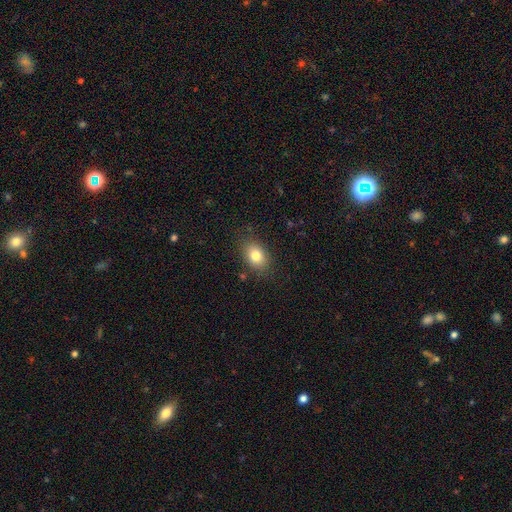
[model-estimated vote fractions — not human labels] Q: Smooth or featured?
A: smooth (81%); runner-up: star or artifact (10%)
Q: How rounded?
A: in between (75%); runner-up: round (24%)
Q: Merging?
A: none (84%); runner-up: minor disturbance (11%)